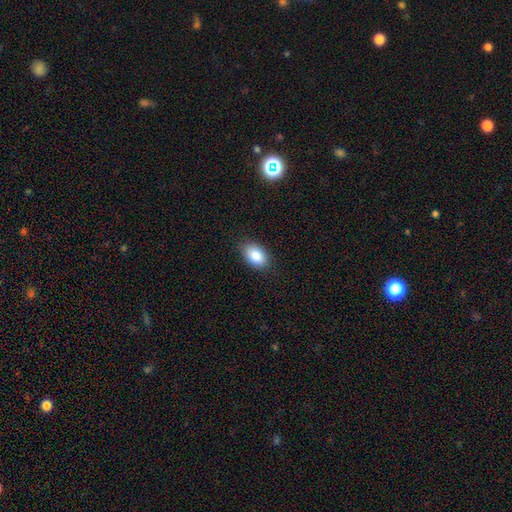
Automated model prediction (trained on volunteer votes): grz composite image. It shows a smooth galaxy with no disk features (86%) that is in between round and cigar-shaped (88%). Merging: none (85%).